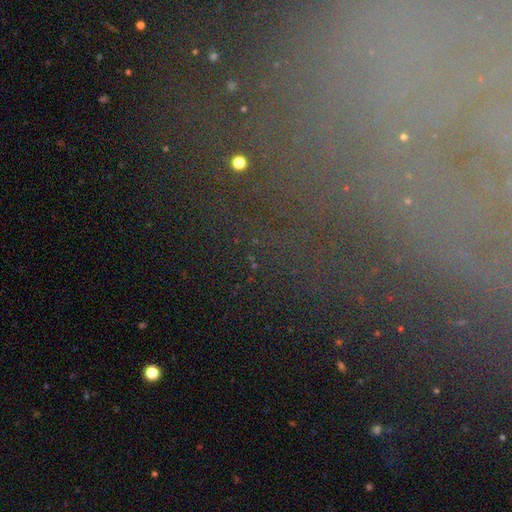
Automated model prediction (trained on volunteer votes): This appears to be a star or artifact, not a galaxy (54%).